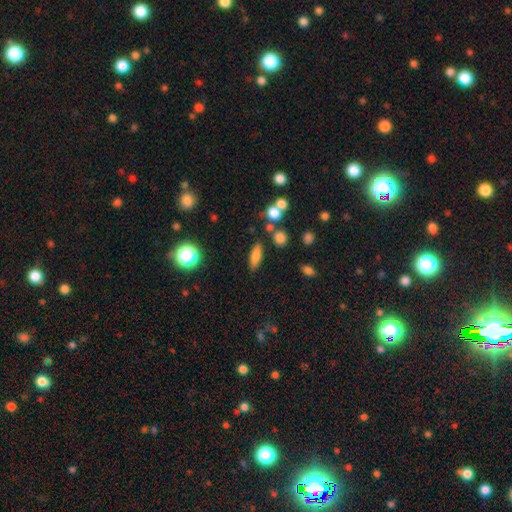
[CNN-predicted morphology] Smooth or featured? Predicted: smooth (p=0.77). How rounded? Predicted: in between (p=0.54). Merging? Predicted: none (p=0.80).